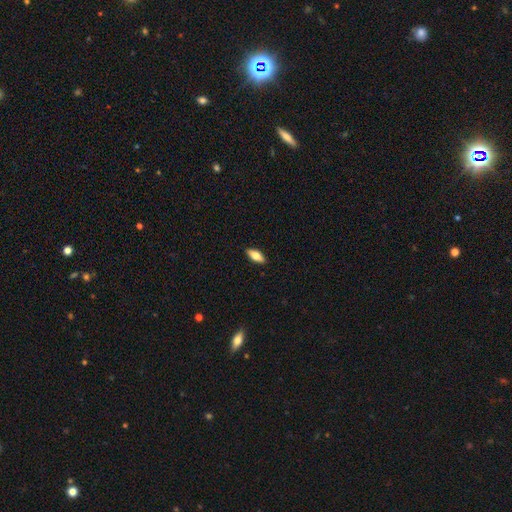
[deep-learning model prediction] This appears to be a smooth galaxy with no disk features (70%) that is in between round and cigar-shaped (78%). Merging: none (90%).